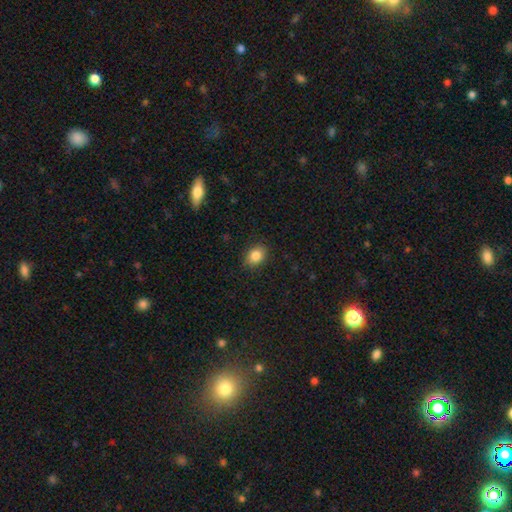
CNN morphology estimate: Smooth or featured? Predicted: smooth (p=0.84). How rounded? Predicted: in between (p=0.63). Merging? Predicted: none (p=0.88).